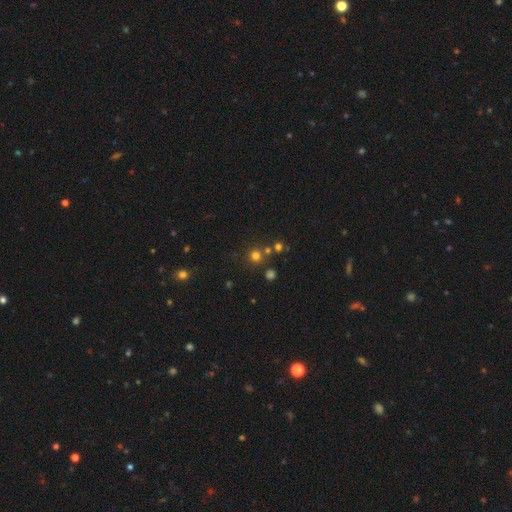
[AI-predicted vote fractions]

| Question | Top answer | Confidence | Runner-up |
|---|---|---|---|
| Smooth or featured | smooth | 68% | star or artifact (25%) |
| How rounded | round | 93% | in between (6%) |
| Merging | none | 75% | merger (14%) |